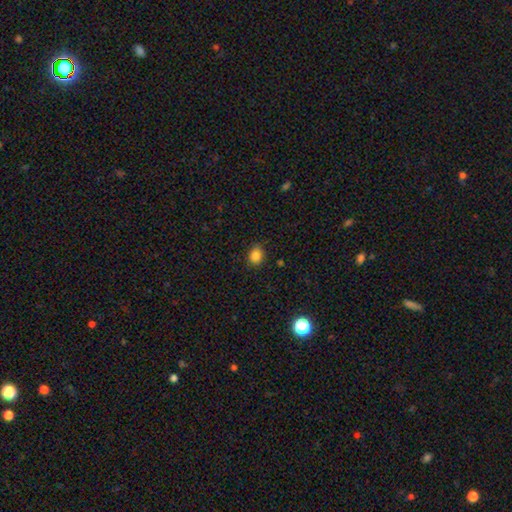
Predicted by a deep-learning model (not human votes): Q: Smooth or featured?
A: smooth (84%); runner-up: star or artifact (11%)
Q: How rounded?
A: round (56%); runner-up: in between (43%)
Q: Merging?
A: none (83%); runner-up: minor disturbance (13%)